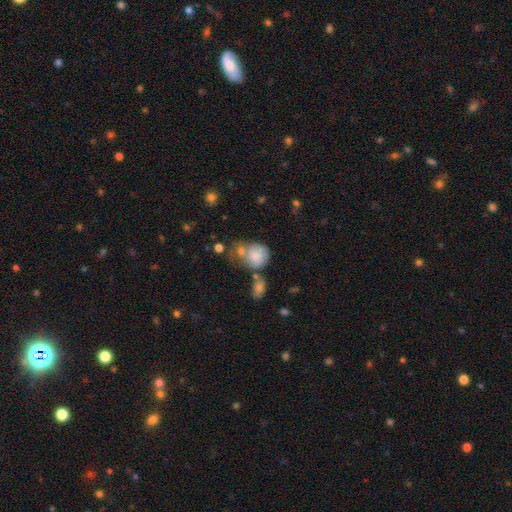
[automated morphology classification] Smooth or featured?
  - smooth: 75% *
  - featured or disk: 17%
  - star or artifact: 8%
How rounded?
  - round: 67% *
  - in between: 31%
  - cigar-shaped: 1%
Merging?
  - none: 33% *
  - merger: 32%
  - minor disturbance: 21%
  - major disturbance: 13%